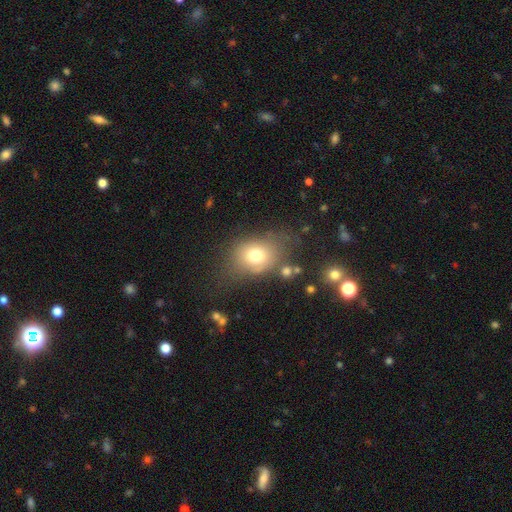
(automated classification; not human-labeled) The model was most divided on "how rounded": in between: 59%, round: 40%, cigar-shaped: 1%. More confident: smooth or featured — smooth (72%); merging — none (58%).